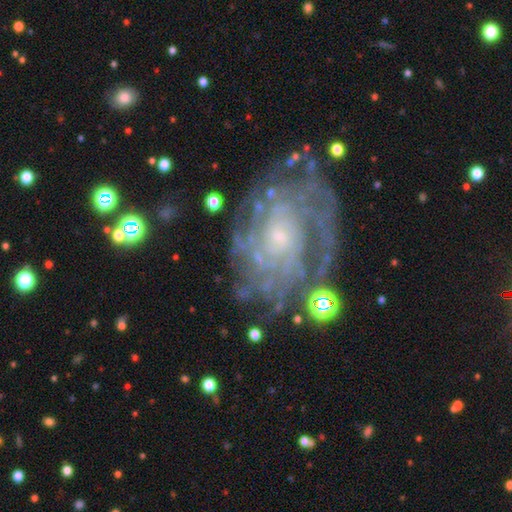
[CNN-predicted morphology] Smooth or featured: featured or disk — 87% (star or artifact — 7%)
Edge-on disk: no — 97% (yes — 3%)
Bar: no — 74% (weak — 21%)
Spiral arms: yes — 95% (no — 5%)
Spiral winding: tight — 69% (medium — 24%)
Spiral arm count: can't tell — 37% (4 — 16%)
Bulge size: small — 75% (moderate — 17%)
Merging: none — 70% (minor disturbance — 18%)